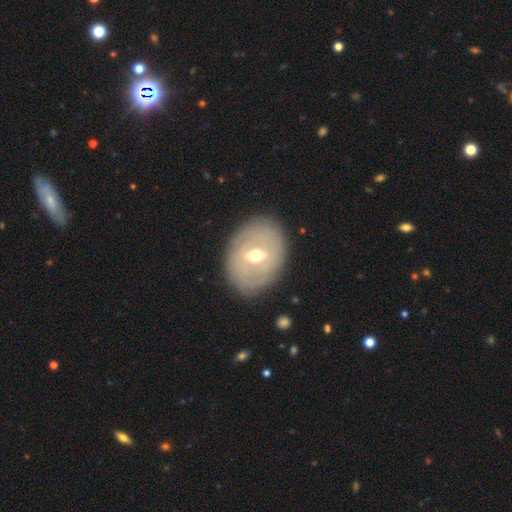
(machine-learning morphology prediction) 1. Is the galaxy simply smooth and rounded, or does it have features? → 67% featured or disk, 26% smooth, 7% star or artifact.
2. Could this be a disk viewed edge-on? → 93% no, 7% yes.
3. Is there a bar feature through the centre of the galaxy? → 55% weak, 25% strong, 20% no.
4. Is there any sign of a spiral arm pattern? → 50% yes (tied), 50% no (tied).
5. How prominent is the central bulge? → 68% moderate, 27% small, 4% large, 1% dominant, 1% none.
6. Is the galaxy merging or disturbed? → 82% none, 13% minor disturbance, 4% major disturbance, 1% merger.